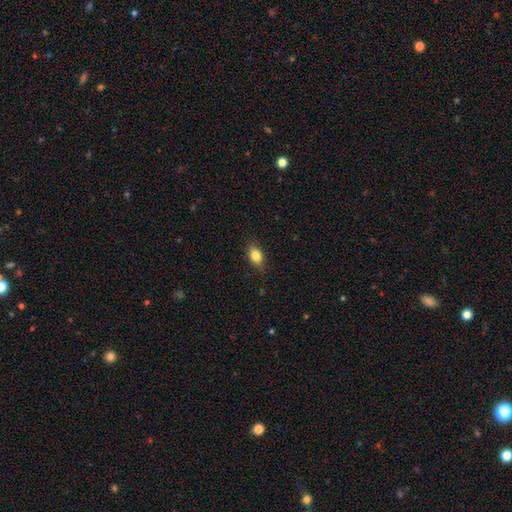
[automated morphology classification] The model was most divided on "how rounded": in between: 80%, round: 17%, cigar-shaped: 3%. More confident: smooth or featured — smooth (84%); merging — none (83%).